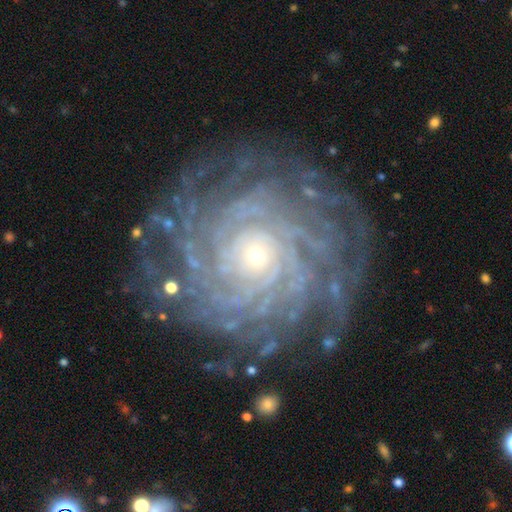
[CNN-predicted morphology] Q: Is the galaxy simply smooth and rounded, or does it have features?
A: featured or disk — 90%.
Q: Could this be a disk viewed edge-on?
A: no — 98%.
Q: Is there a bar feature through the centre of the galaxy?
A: no — 79%.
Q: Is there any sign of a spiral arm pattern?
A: yes — 98%.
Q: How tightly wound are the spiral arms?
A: tight — 86%.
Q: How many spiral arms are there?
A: more than 4 — 38%.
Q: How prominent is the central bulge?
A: small — 76%.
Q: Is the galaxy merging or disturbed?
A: none — 82%.